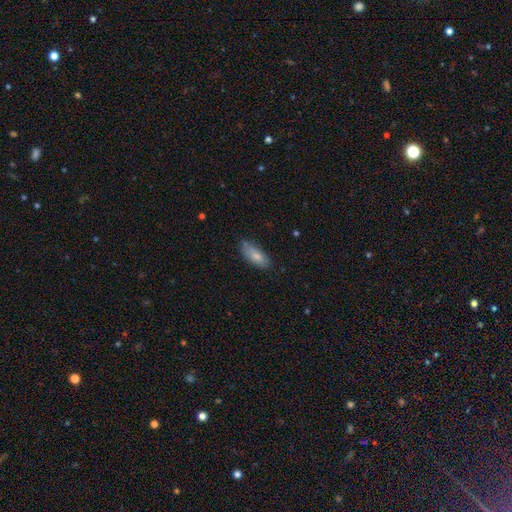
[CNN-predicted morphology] A smooth galaxy with no disk features (80%) that is in between round and cigar-shaped (79%).

Vote fractions:
- Smooth or featured? smooth: 80% / featured or disk: 14% / star or artifact: 7%
- How rounded? in between: 79% / cigar-shaped: 19% / round: 2%
- Merging? none: 72% / minor disturbance: 22% / major disturbance: 4% / merger: 3%